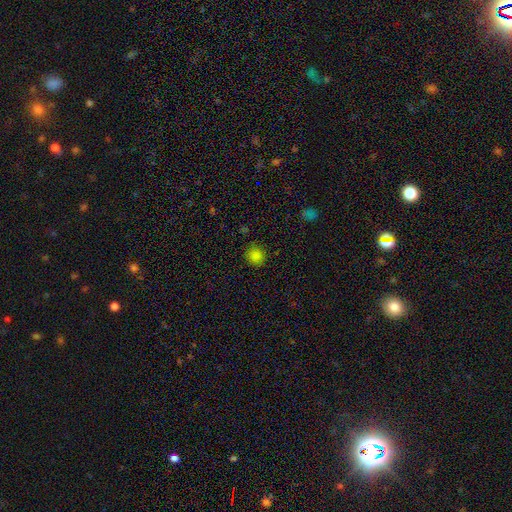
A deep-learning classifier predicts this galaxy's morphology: type=smooth (83%); roundness=round (91%); merging=none (88%).